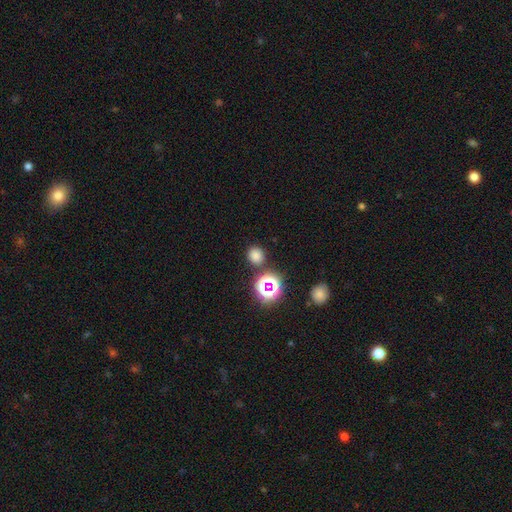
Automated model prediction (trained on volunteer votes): Morphology: type=smooth (72%); roundness=round (86%); merging=none (85%).